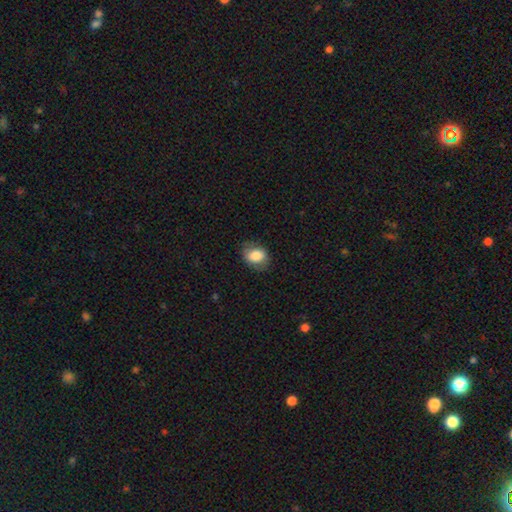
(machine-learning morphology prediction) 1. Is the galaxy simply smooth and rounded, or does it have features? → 79% smooth, 13% featured or disk, 8% star or artifact.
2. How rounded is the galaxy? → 61% in between, 38% round, 1% cigar-shaped.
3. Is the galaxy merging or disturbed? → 76% none, 17% minor disturbance, 5% major disturbance, 1% merger.